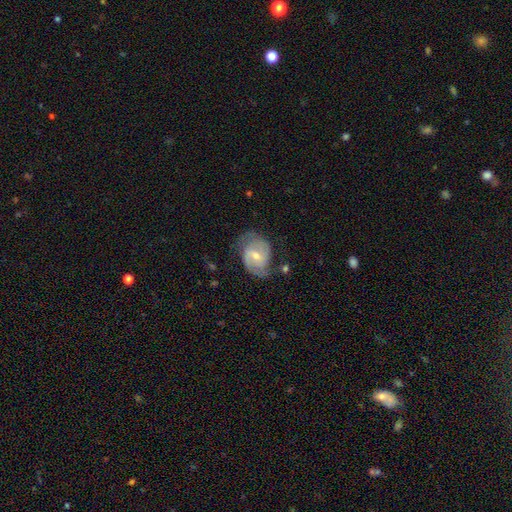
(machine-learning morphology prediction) A featured or disk galaxy (82%) with a weak bar (54%), 2 (84%) medium (50%) spiral arms (94%) and a small central bulge (48%). Merging: none (70%).